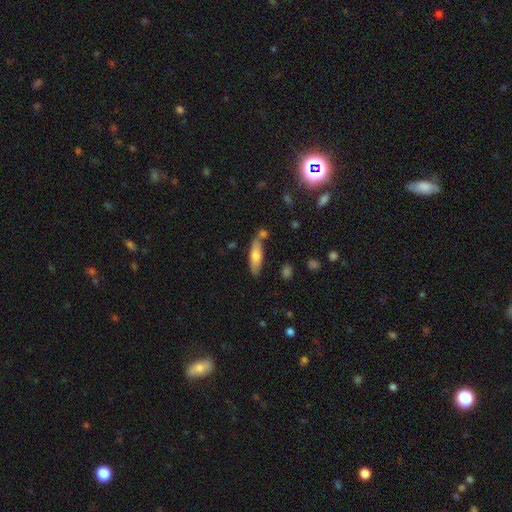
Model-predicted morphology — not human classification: Overall: smooth (66%; featured or disk 28%). How rounded: cigar-shaped (54%; in between 44%). Merging: none (68%).